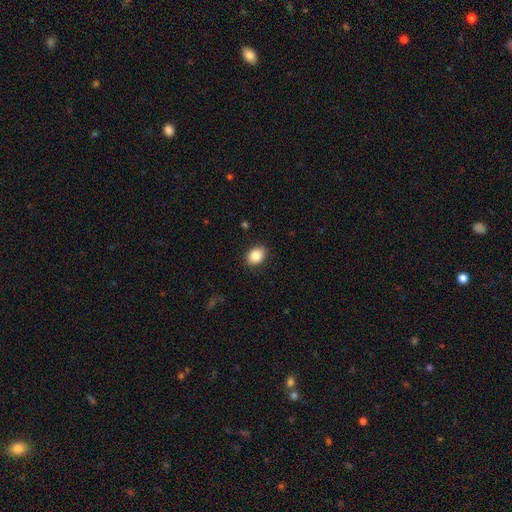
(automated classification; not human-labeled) Smooth or featured: smooth — 86% (star or artifact — 8%)
How rounded: in between — 63% (round — 36%)
Merging: none — 87% (minor disturbance — 9%)